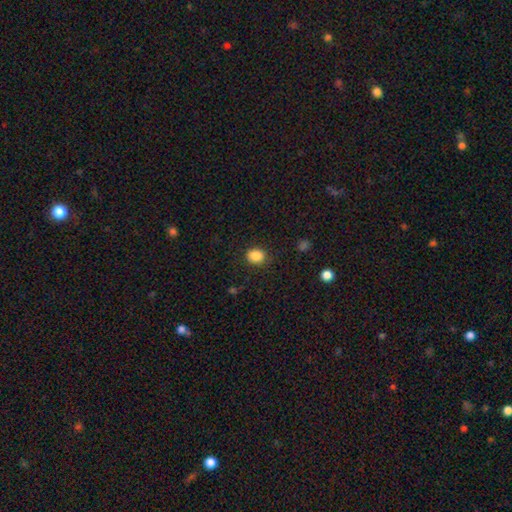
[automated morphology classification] This appears to be a smooth galaxy with no disk features (86%) that is round (56%). Merging: none (84%).